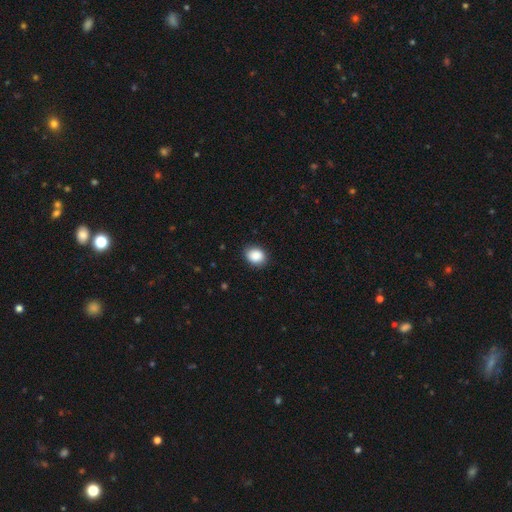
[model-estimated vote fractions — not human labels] The model was most divided on "how rounded": in between: 54%, round: 45%, cigar-shaped: 1%. More confident: smooth or featured — smooth (89%); merging — none (87%).